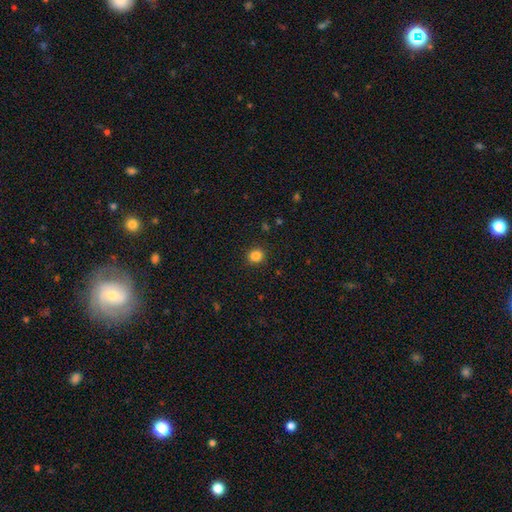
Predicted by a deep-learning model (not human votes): This is clearly a smooth galaxy (85%). How rounded: clearly round (84%). Merging: clearly none (91%).